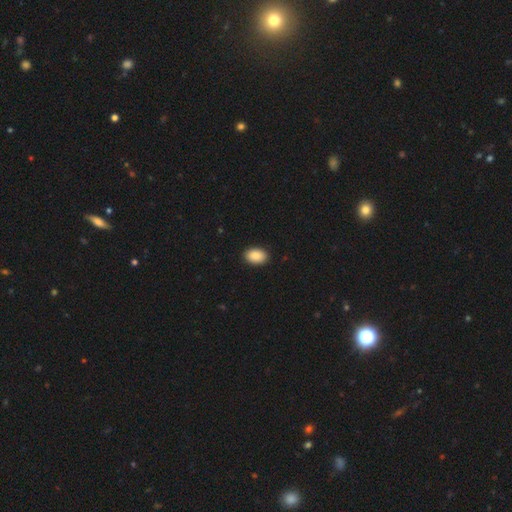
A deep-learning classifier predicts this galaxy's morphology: Overall: smooth (90%). How rounded: in between (89%). Merging: none (91%).